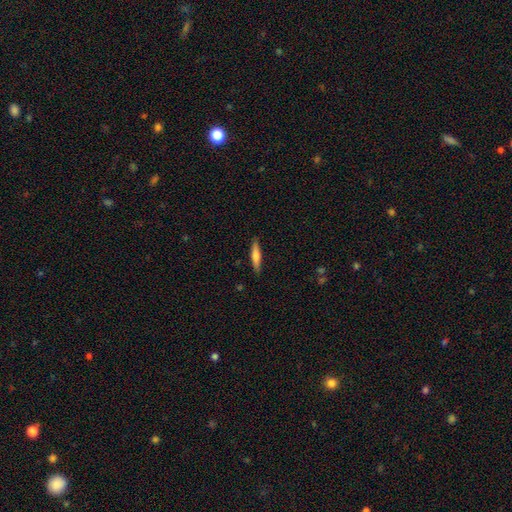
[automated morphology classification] A smooth galaxy with no disk features (63%) that is cigar-shaped (87%). Merging: none (88%).